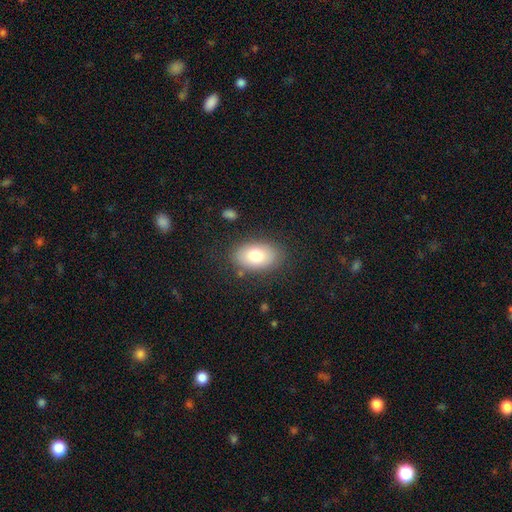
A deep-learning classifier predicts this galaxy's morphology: Smooth or featured? Predicted: smooth (p=0.79). How rounded? Predicted: in between (p=0.90). Merging? Predicted: none (p=0.82).